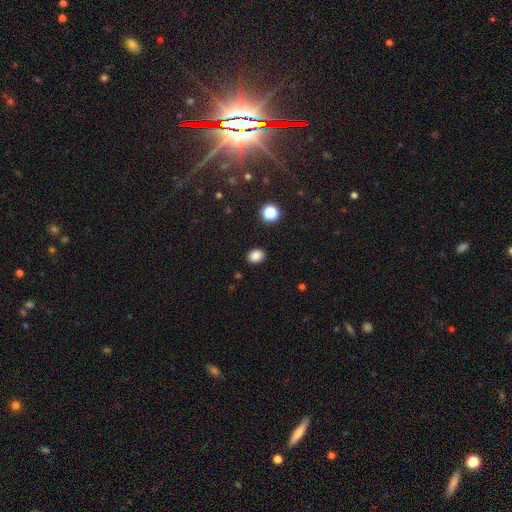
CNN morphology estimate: This appears to be a smooth galaxy with no disk features (85%) that is in between round and cigar-shaped (51%). Merging: none (89%).